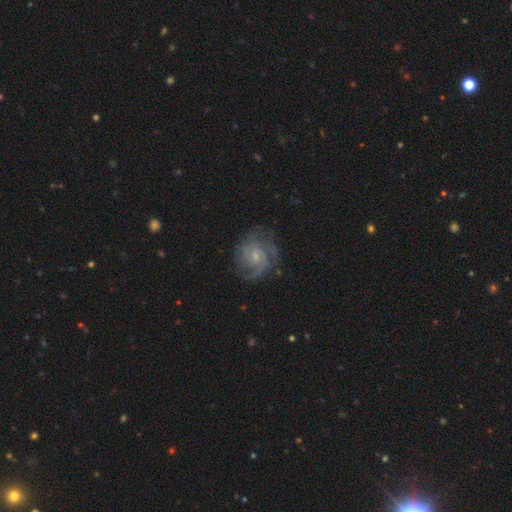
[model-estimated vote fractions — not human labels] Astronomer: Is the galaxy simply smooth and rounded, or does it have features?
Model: featured or disk — 79%.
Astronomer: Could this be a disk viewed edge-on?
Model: no — 98%.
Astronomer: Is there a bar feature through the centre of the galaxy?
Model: no — 63%.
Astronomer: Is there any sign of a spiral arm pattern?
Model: yes — 93%.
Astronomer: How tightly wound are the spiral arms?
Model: tight — 48% (runner-up: medium, 40%).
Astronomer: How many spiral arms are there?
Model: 2 — 33% (runner-up: can't tell, 26%).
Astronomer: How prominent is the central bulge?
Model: small — 73%.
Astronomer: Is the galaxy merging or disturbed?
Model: none — 68%.